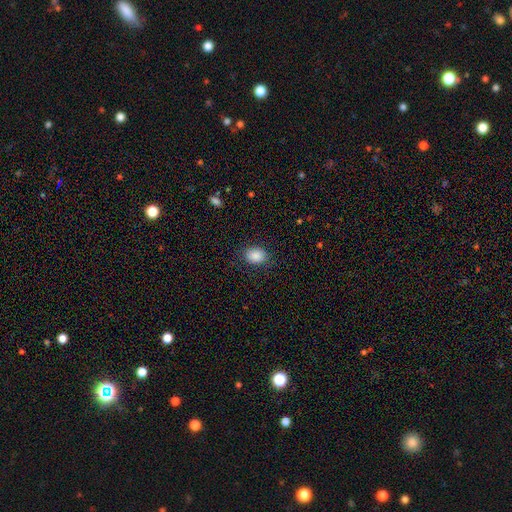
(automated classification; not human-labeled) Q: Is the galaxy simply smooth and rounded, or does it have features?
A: smooth — 88%.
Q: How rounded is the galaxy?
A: in between — 58%.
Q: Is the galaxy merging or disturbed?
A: none — 84%.